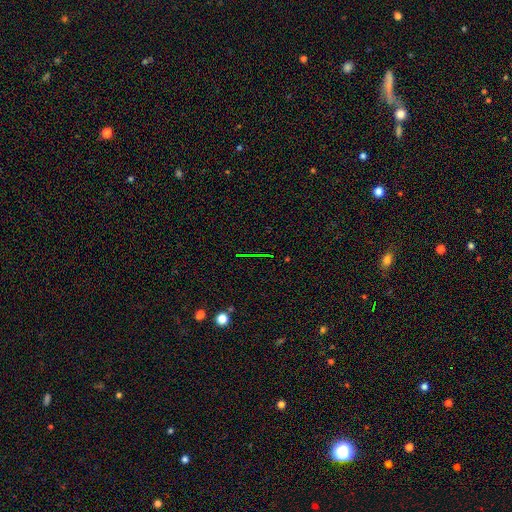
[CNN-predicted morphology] Smooth or featured: star or artifact — 73% (smooth — 14%)